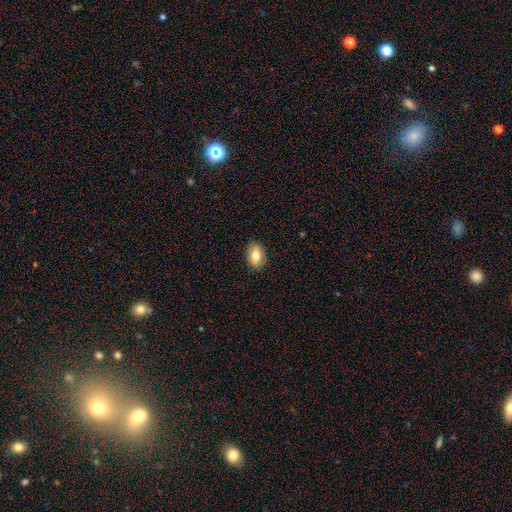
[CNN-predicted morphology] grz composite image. It shows a smooth galaxy with no disk features (76%) that is in between round and cigar-shaped (85%). Merging: none (87%).